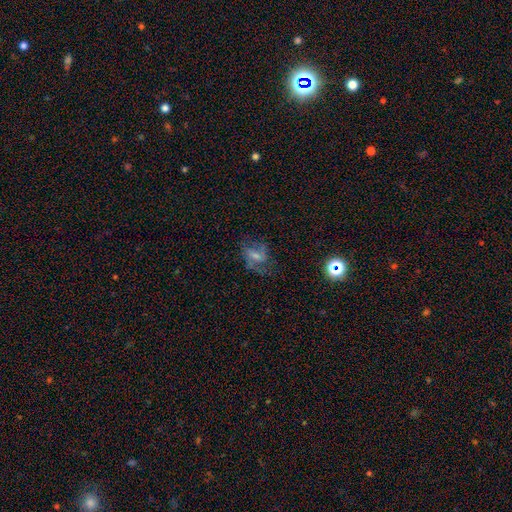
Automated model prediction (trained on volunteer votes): The model was most divided on "bulge size": small: 46%, moderate: 36%, none: 12%, large: 5%, dominant: 1%. Remaining: edge-on disk — no (95%); spiral arms — yes (85%); smooth or featured — featured or disk (61%); merging — none (60%); bar — weak (48%).